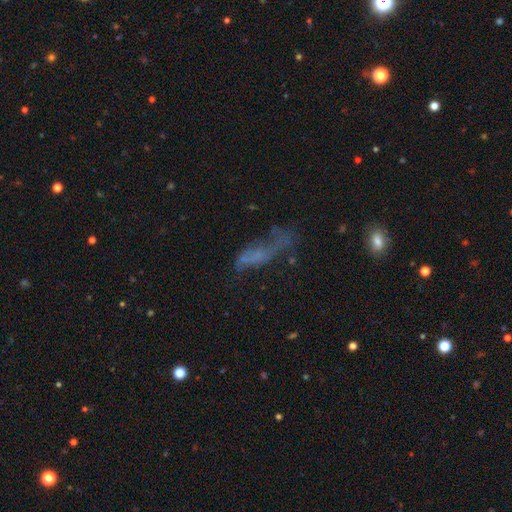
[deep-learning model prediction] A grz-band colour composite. It shows a featured or disk galaxy (45%). Merging: major disturbance (38%).